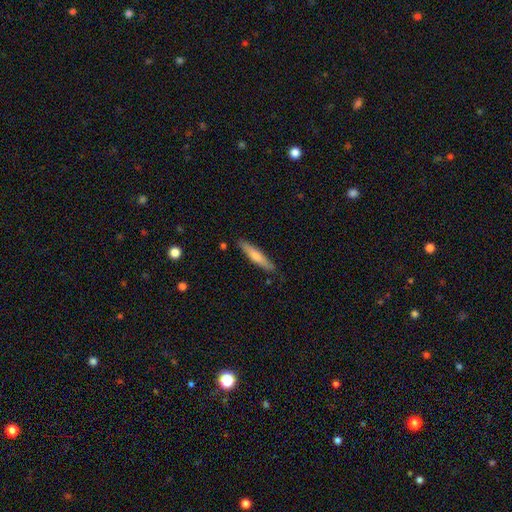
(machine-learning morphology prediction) Overall: smooth (51%; featured or disk 43%). How rounded: cigar-shaped (90%). Merging: none (88%).